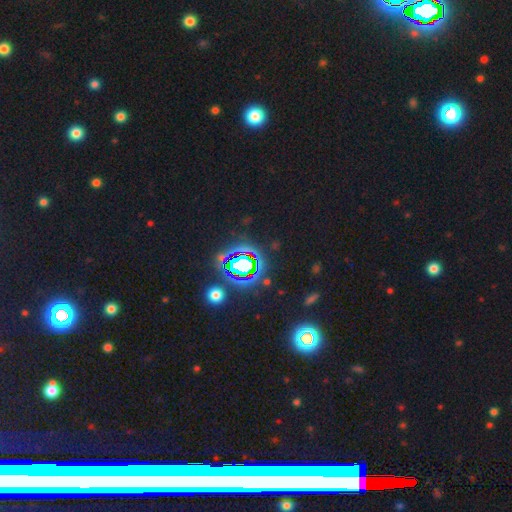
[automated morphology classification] A star or artifact, not a galaxy (75%).

Vote fractions:
- Smooth or featured? star or artifact: 75% / smooth: 14% / featured or disk: 11%